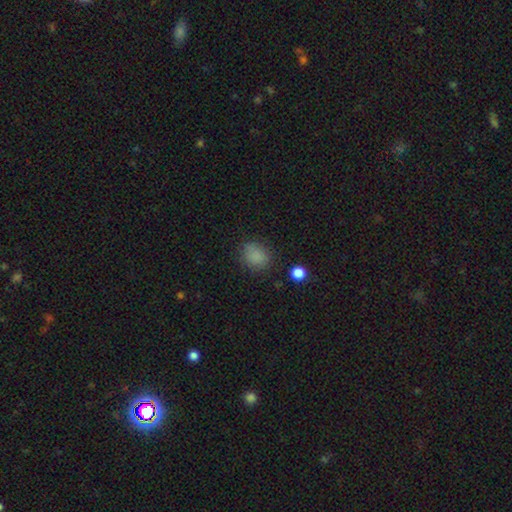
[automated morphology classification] type=smooth (83%); roundness=round (65%); merging=none (78%).